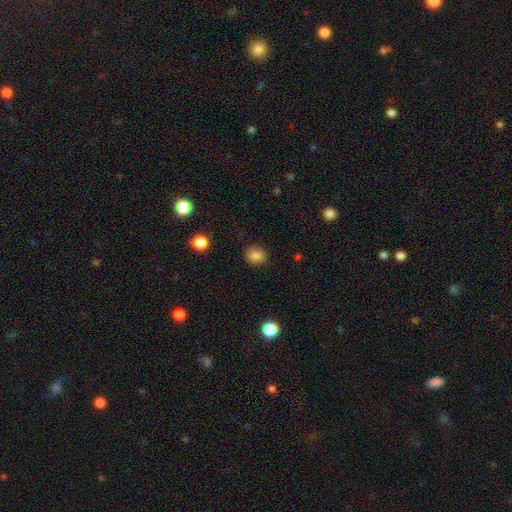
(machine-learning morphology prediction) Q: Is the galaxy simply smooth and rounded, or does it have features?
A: smooth — 83%.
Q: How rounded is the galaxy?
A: round — 76%.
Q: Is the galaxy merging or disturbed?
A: none — 89%.